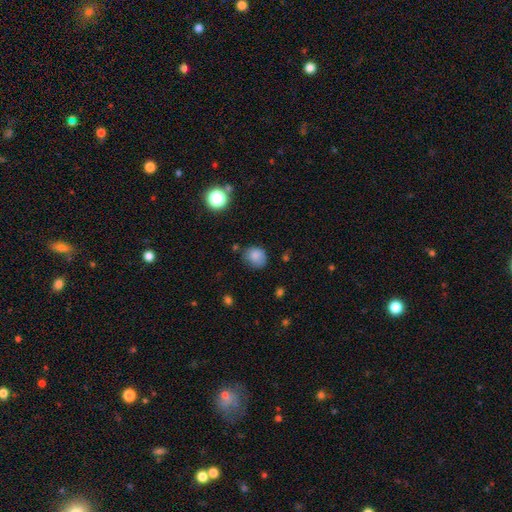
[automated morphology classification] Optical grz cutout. It shows a smooth galaxy with no disk features (81%) that is round (66%). Merging: none (63%).